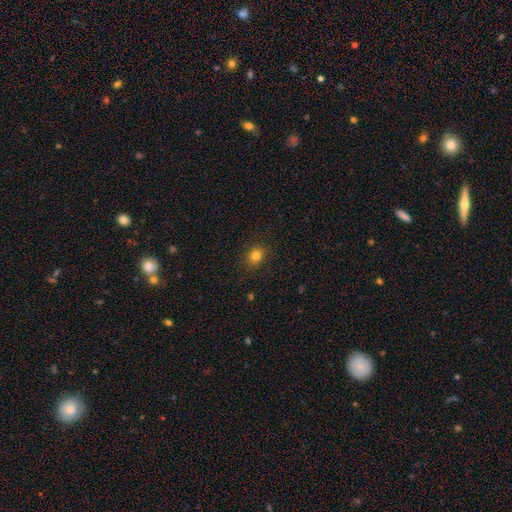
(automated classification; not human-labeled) Q: Smooth or featured?
A: smooth (81%); runner-up: star or artifact (13%)
Q: How rounded?
A: round (63%); runner-up: in between (36%)
Q: Merging?
A: none (88%); runner-up: minor disturbance (9%)